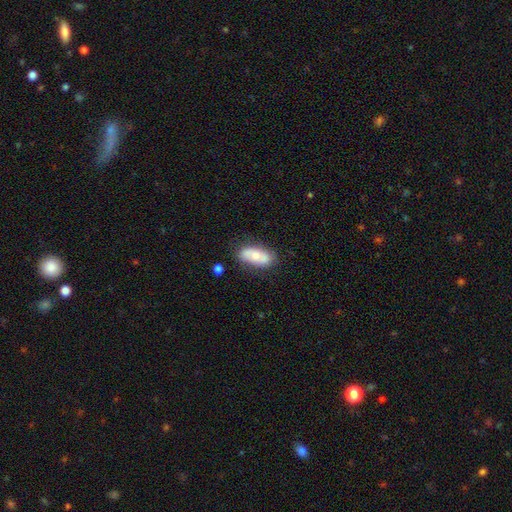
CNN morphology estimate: Smooth or featured: smooth — 60% (featured or disk — 33%)
How rounded: in between — 87% (cigar-shaped — 9%)
Merging: none — 72% (minor disturbance — 18%)